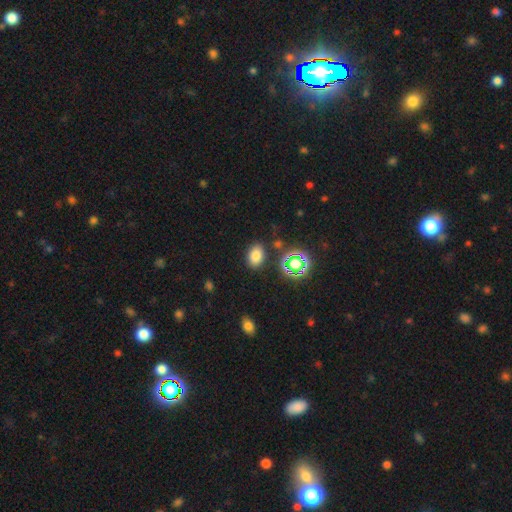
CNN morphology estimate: smooth_or_featured: smooth (p=0.76) [alt: star or artifact p=0.17]
how_rounded: in between (p=0.78) [alt: round p=0.21]
merging: none (p=0.84) [alt: minor disturbance p=0.09]